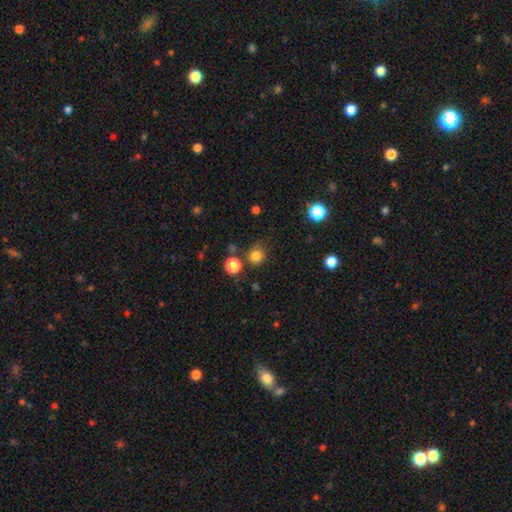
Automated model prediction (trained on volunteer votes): Smooth or featured?
  - smooth: 81% *
  - star or artifact: 14%
  - featured or disk: 5%
How rounded?
  - round: 87% *
  - in between: 12%
  - cigar-shaped: 1%
Merging?
  - none: 73% *
  - minor disturbance: 16%
  - merger: 6%
  - major disturbance: 5%